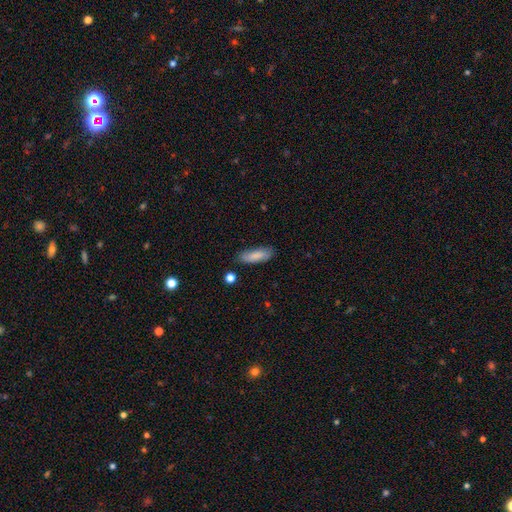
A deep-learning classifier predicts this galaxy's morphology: This appears to be a smooth galaxy with no disk features (84%) that is in between round and cigar-shaped (60%). Merging: none (82%).